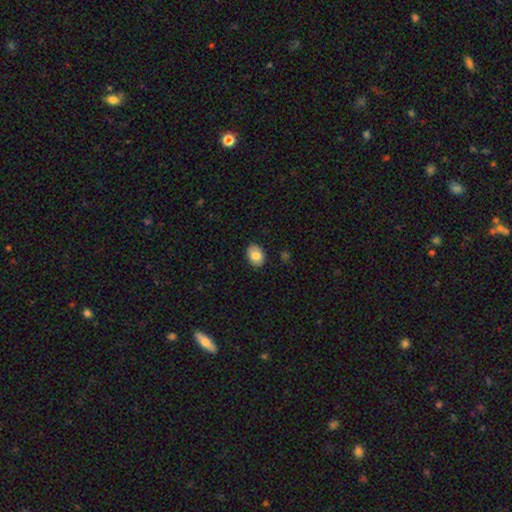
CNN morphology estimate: The model was most divided on "how rounded": in between: 71%, round: 28%, cigar-shaped: 1%. More confident: merging — none (87%); smooth or featured — smooth (79%).